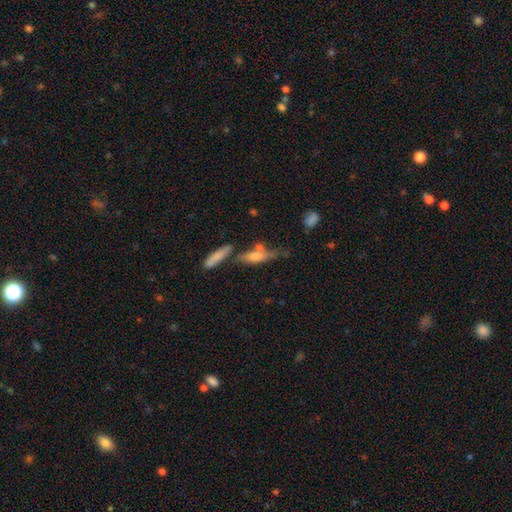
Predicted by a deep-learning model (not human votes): Q: Smooth or featured?
A: featured or disk (46%); runner-up: smooth (42%)
Q: Merging?
A: none (47%); runner-up: merger (23%)